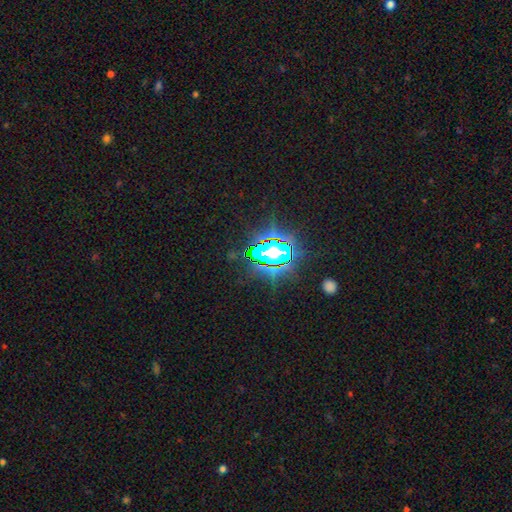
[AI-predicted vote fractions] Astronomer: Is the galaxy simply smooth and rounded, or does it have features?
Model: star or artifact — 80%.